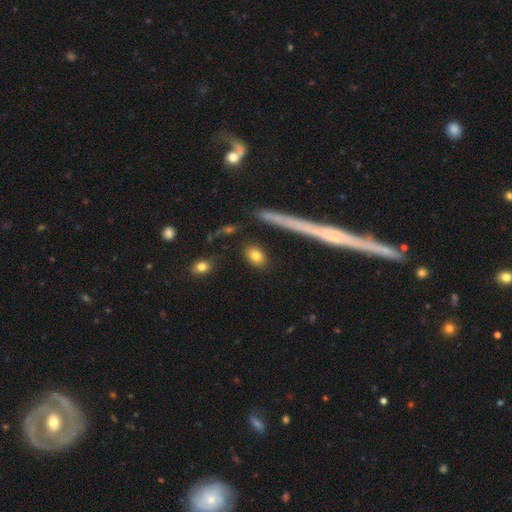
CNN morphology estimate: type=smooth (81%); roundness=in between (69%); merging=none (87%).